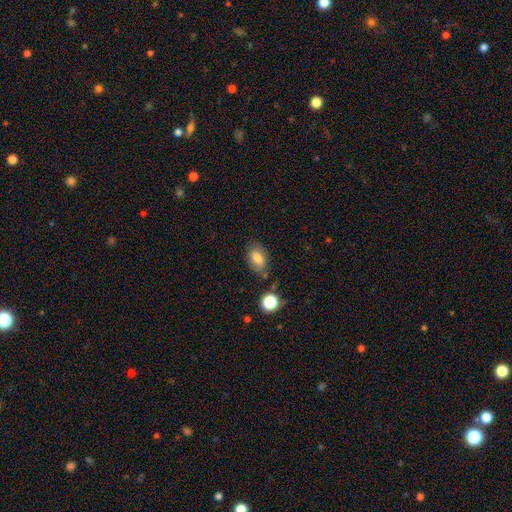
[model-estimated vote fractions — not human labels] smooth_or_featured: smooth (p=0.75) [alt: star or artifact p=0.13]
how_rounded: in between (p=0.84) [alt: round p=0.15]
merging: none (p=0.79) [alt: minor disturbance p=0.14]